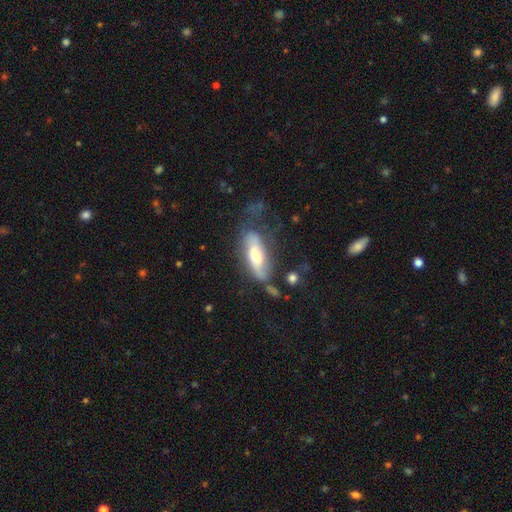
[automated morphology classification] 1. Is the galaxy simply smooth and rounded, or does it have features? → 47% featured or disk (tied), 47% smooth (tied), 6% star or artifact.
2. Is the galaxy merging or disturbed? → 45% none, 26% minor disturbance, 23% major disturbance, 5% merger.